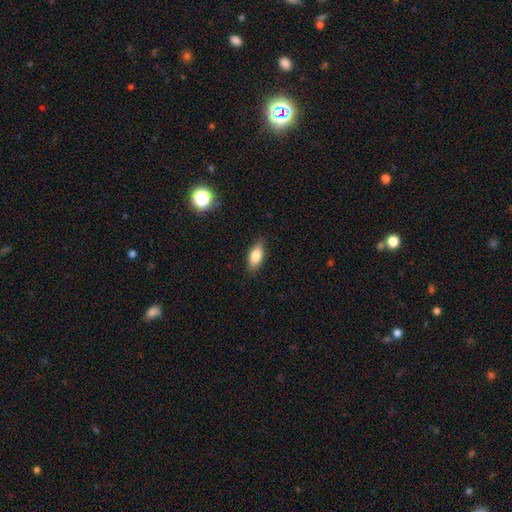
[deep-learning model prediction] The model was most divided on "how rounded": in between: 80%, cigar-shaped: 17%, round: 3%. More confident: merging — none (86%); smooth or featured — smooth (79%).